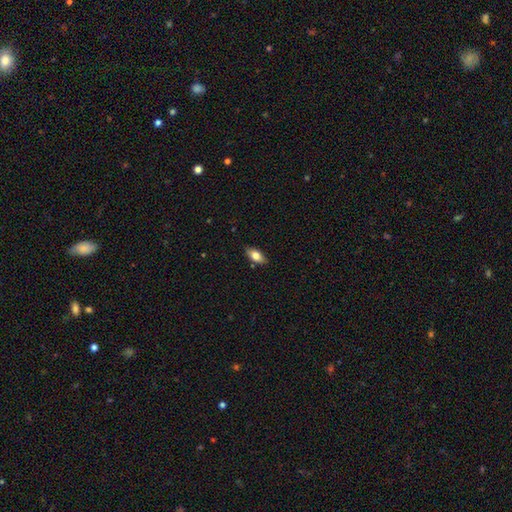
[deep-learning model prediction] Overall: smooth (75%). How rounded: in between (88%). Merging: none (83%).